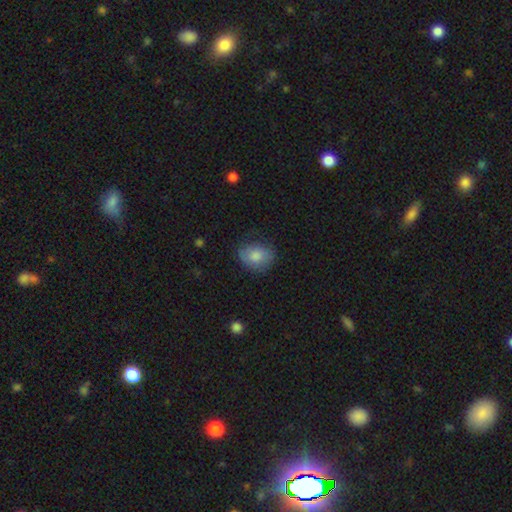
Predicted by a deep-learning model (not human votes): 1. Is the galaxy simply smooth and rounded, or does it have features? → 78% smooth, 15% featured or disk, 7% star or artifact.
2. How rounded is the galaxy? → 54% in between, 45% round, 1% cigar-shaped.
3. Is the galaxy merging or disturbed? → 71% none, 21% minor disturbance, 7% major disturbance, 1% merger.